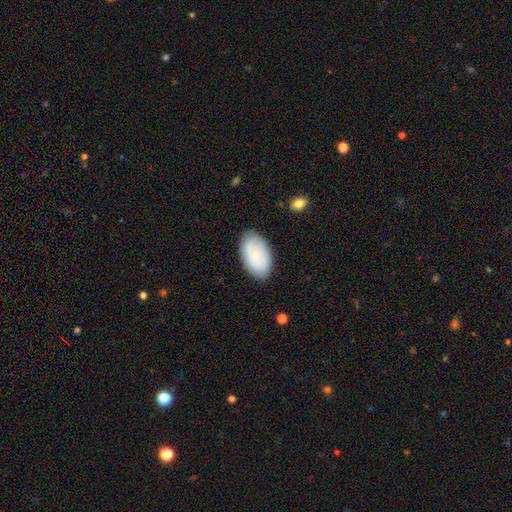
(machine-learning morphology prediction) A smooth galaxy with no disk features (61%) that is in between round and cigar-shaped (94%).

Vote fractions:
- Smooth or featured? smooth: 61% / featured or disk: 32% / star or artifact: 6%
- How rounded? in between: 94% / round: 4% / cigar-shaped: 2%
- Merging? none: 84% / minor disturbance: 12% / major disturbance: 3% / merger: 1%